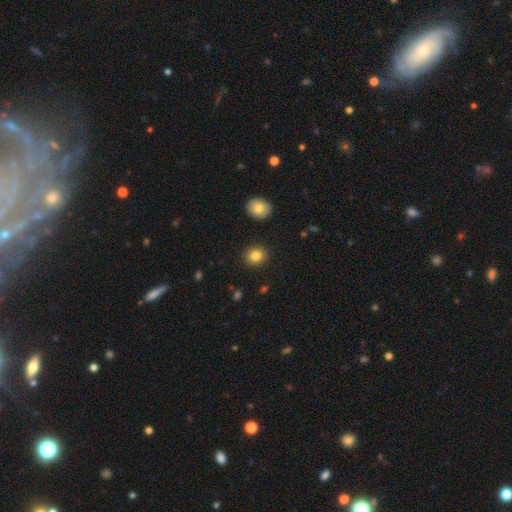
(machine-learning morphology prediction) Q: Smooth or featured?
A: smooth (85%); runner-up: star or artifact (10%)
Q: How rounded?
A: round (76%); runner-up: in between (23%)
Q: Merging?
A: none (90%); runner-up: minor disturbance (6%)